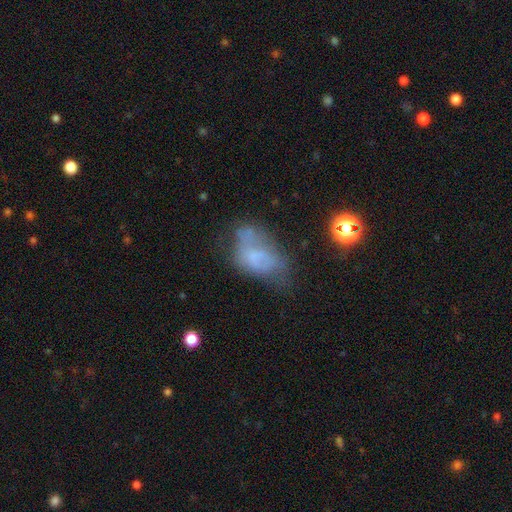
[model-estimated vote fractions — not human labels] Smooth or featured? smooth (46%)
Merging? major disturbance (30%)